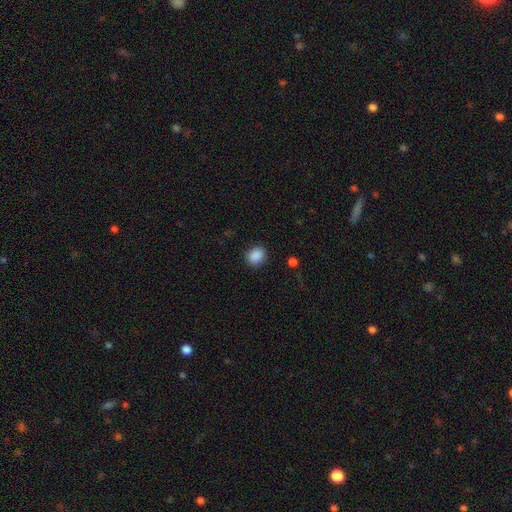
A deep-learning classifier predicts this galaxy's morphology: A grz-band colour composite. It shows a smooth galaxy with no disk features (88%) that is round (61%). Merging: none (88%).